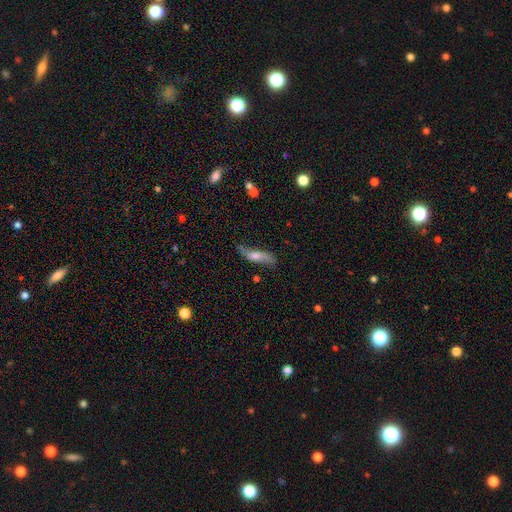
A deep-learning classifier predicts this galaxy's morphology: Overall: featured or disk (50%; smooth 42%). Merging: none (52%; minor disturbance 30%).